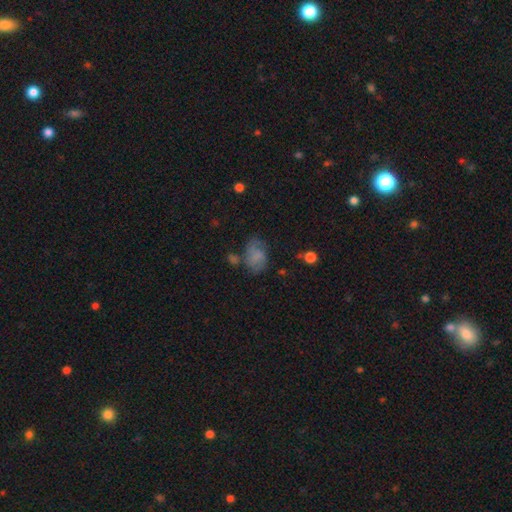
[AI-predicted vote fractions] This appears to be a smooth galaxy with no disk features (63%) that is in between round and cigar-shaped (81%). Merging: none (46%).